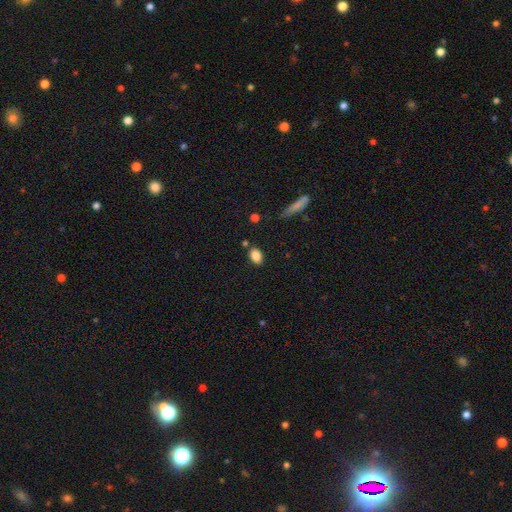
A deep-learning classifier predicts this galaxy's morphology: type=smooth (85%); roundness=in between (80%); merging=none (81%).